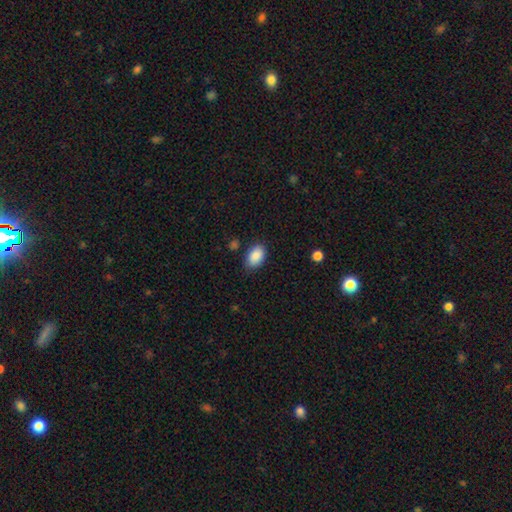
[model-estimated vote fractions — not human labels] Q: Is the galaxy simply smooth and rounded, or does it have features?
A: smooth — 88%.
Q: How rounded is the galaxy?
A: in between — 90%.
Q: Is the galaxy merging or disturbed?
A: none — 80%.